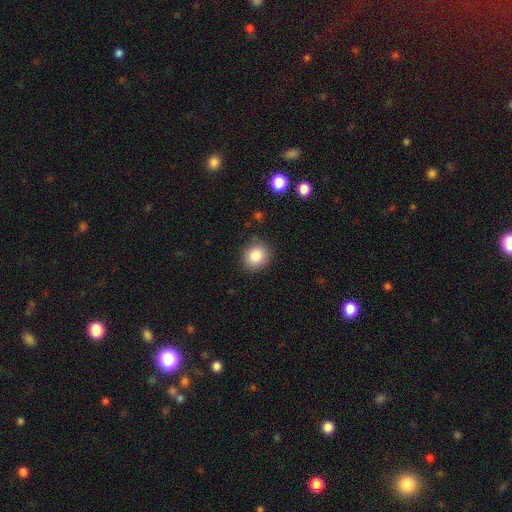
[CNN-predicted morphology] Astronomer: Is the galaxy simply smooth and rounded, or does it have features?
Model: smooth — 85%.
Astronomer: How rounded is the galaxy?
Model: round — 78%.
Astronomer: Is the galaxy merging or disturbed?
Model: none — 86%.